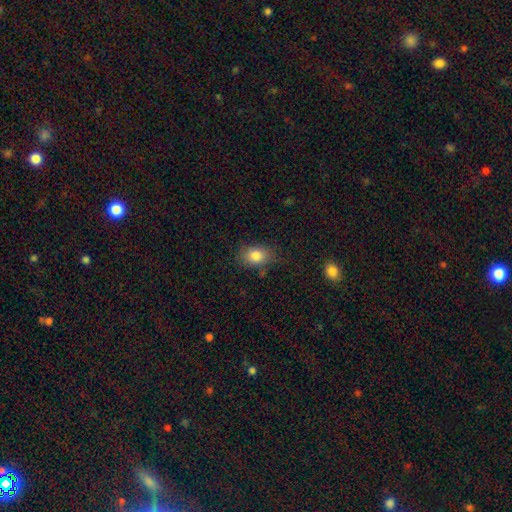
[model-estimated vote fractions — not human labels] A smooth galaxy with no disk features (83%) that is in between round and cigar-shaped (71%). Merging: none (75%).